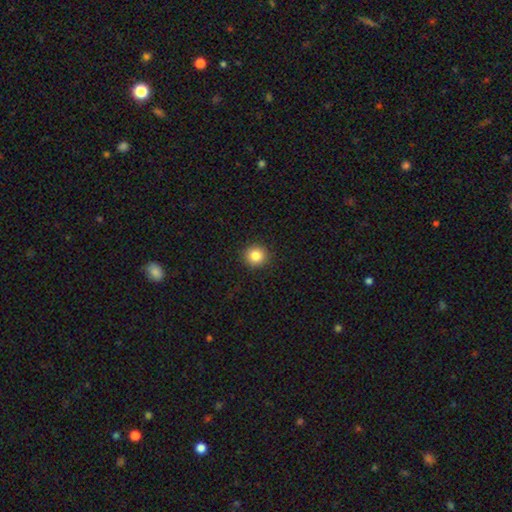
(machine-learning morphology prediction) A smooth galaxy with no disk features (85%) that is round (94%).

Vote fractions:
- Smooth or featured? smooth: 85% / star or artifact: 10% / featured or disk: 5%
- How rounded? round: 94% / in between: 5% / cigar-shaped: 1%
- Merging? none: 92% / minor disturbance: 5% / major disturbance: 2% / merger: 1%